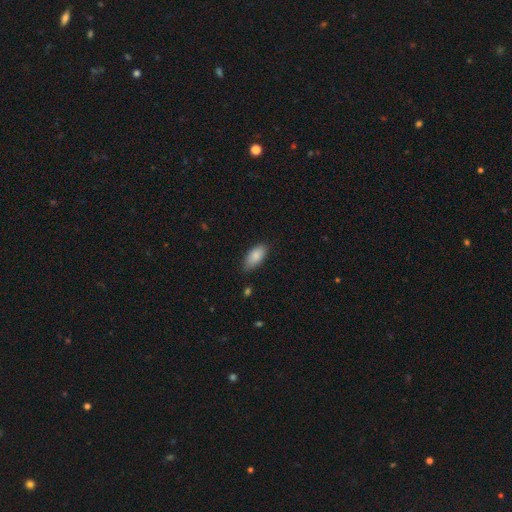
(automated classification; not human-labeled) The model was most divided on "merging": none: 78%, minor disturbance: 17%, major disturbance: 3%, merger: 1%. More confident: how rounded — in between (89%); smooth or featured — smooth (86%).